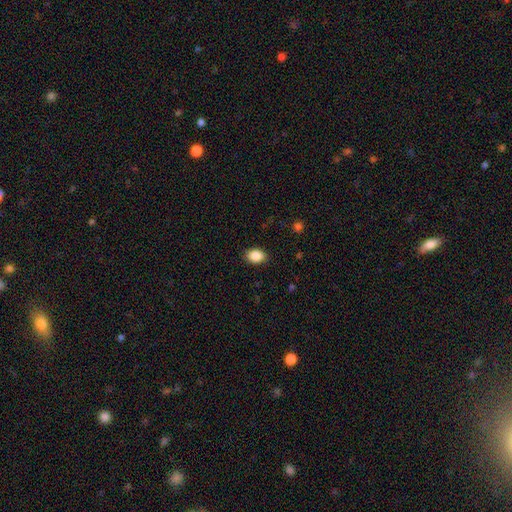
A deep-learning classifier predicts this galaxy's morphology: Smooth or featured: smooth — 88% (star or artifact — 8%)
How rounded: in between — 76% (round — 23%)
Merging: none — 87% (minor disturbance — 10%)